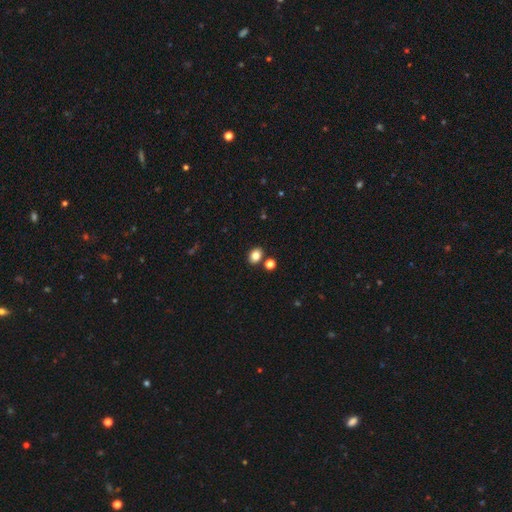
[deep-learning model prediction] Morphology: type=smooth (83%); roundness=in between (56%); merging=none (81%).